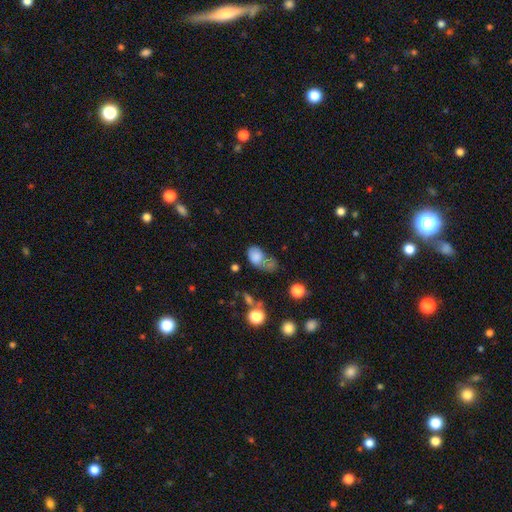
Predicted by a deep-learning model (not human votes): Smooth or featured?
  - smooth: 76% *
  - featured or disk: 14%
  - star or artifact: 11%
How rounded?
  - in between: 79% *
  - round: 19%
  - cigar-shaped: 2%
Merging?
  - merger: 29% *
  - none: 25%
  - major disturbance: 24%
  - minor disturbance: 22%